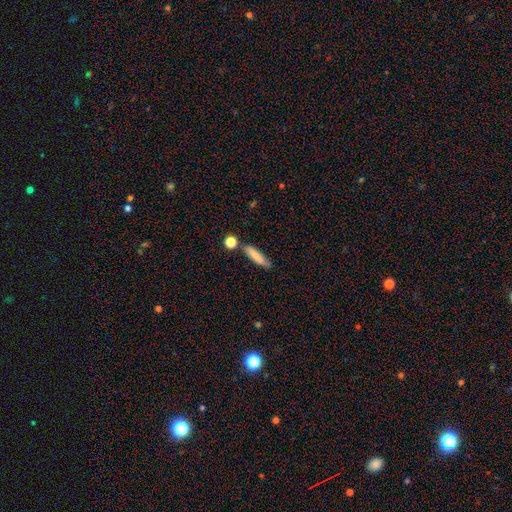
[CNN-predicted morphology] Q: Smooth or featured?
A: smooth (80%); runner-up: featured or disk (13%)
Q: How rounded?
A: cigar-shaped (76%); runner-up: in between (21%)
Q: Merging?
A: none (73%); runner-up: minor disturbance (14%)